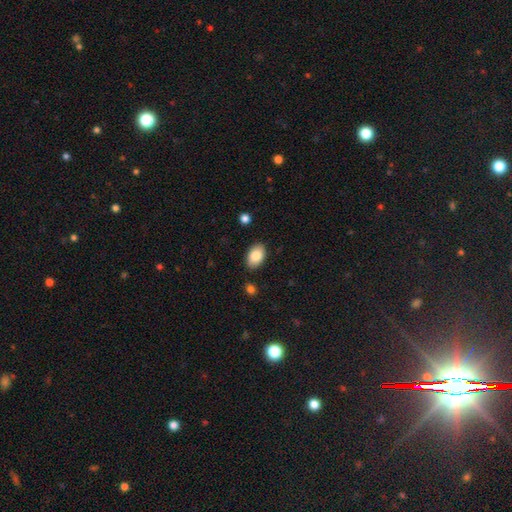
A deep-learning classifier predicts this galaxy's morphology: Smooth or featured: smooth — 86% (featured or disk — 7%)
How rounded: in between — 91% (round — 8%)
Merging: none — 86% (minor disturbance — 10%)